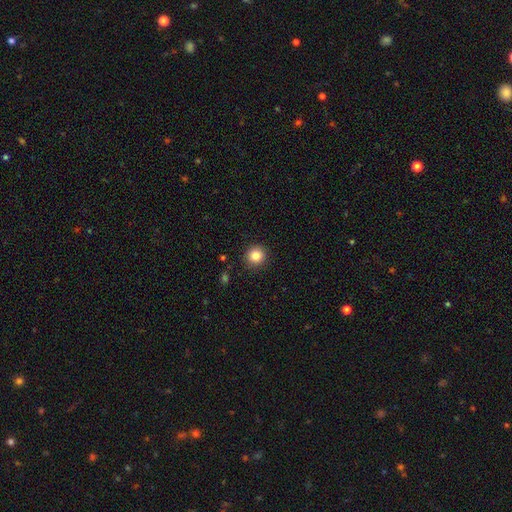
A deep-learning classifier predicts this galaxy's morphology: Q: Smooth or featured?
A: smooth (84%); runner-up: star or artifact (10%)
Q: How rounded?
A: round (93%); runner-up: in between (6%)
Q: Merging?
A: none (91%); runner-up: minor disturbance (6%)